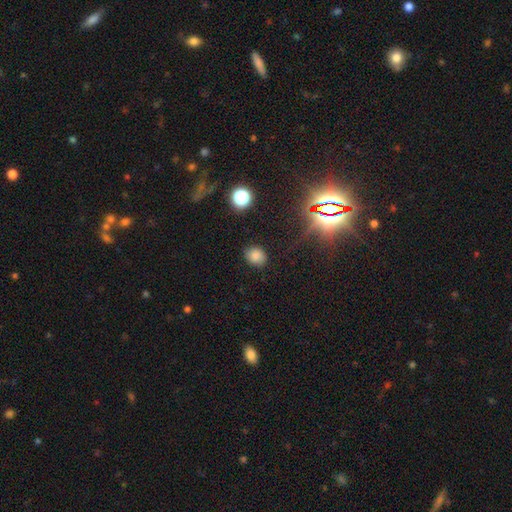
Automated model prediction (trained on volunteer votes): Overall: smooth (78%). How rounded: round (54%; in between 45%). Merging: none (83%).